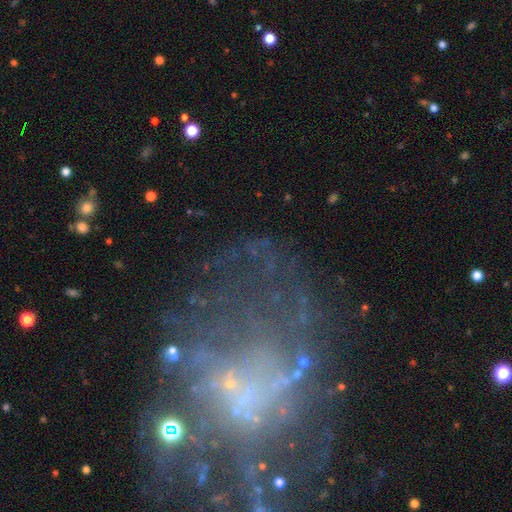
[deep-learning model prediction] Q: Smooth or featured?
A: featured or disk (58%); runner-up: star or artifact (26%)
Q: Edge-on disk?
A: no (97%); runner-up: yes (3%)
Q: Bar?
A: no (83%); runner-up: weak (13%)
Q: Spiral arms?
A: no (63%); runner-up: yes (37%)
Q: Bulge size?
A: none (62%); runner-up: small (28%)
Q: Merging?
A: none (47%); runner-up: major disturbance (32%)